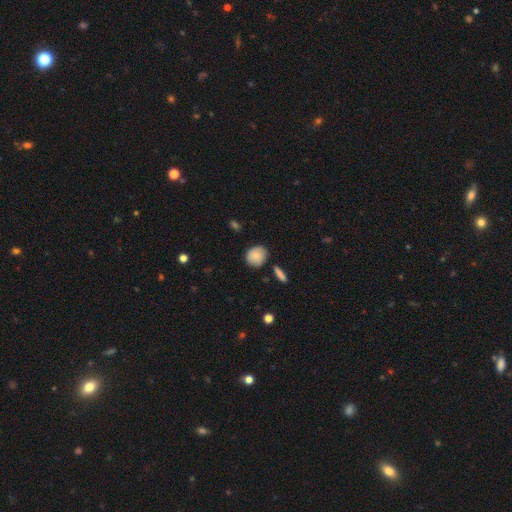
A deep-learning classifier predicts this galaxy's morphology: type=smooth (83%); roundness=round (82%); merging=none (80%).